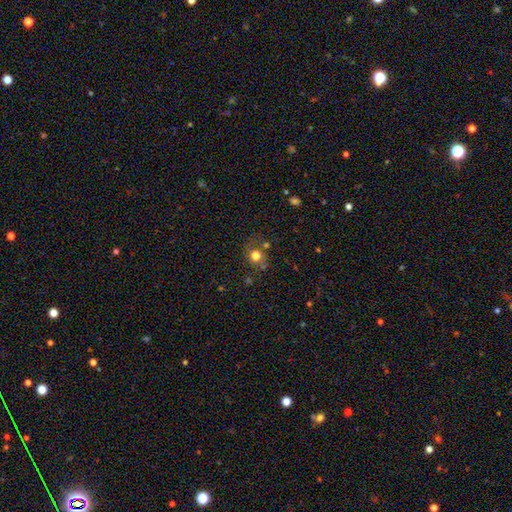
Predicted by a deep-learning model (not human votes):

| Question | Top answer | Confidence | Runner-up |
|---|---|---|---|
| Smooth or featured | smooth | 74% | star or artifact (15%) |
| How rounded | round | 82% | in between (17%) |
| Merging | none | 65% | minor disturbance (16%) |